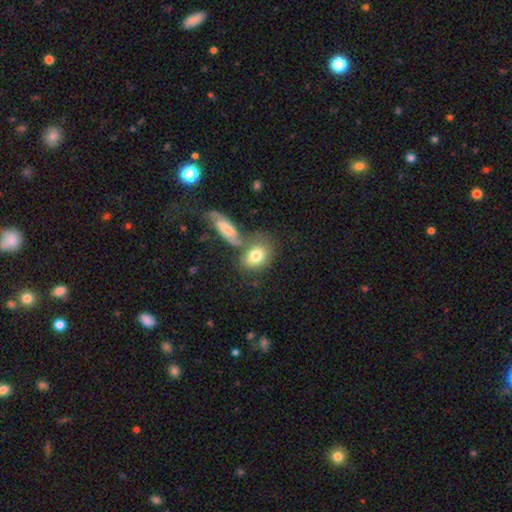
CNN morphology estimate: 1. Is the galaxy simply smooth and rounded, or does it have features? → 76% smooth, 17% featured or disk, 7% star or artifact.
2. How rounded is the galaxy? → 67% in between, 30% round, 3% cigar-shaped.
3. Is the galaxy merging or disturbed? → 44% none, 36% merger, 13% minor disturbance, 7% major disturbance.